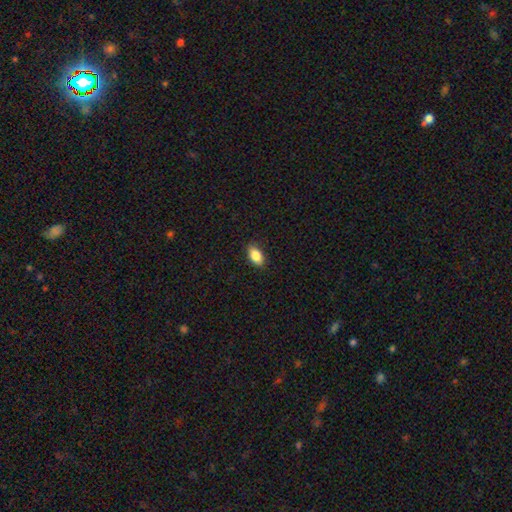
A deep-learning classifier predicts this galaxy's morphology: smooth-or-featured: smooth: 86% | star or artifact: 7% | featured or disk: 7%
  how-rounded: in between: 91% | round: 6% | cigar-shaped: 3%
  merging: none: 85% | minor disturbance: 12% | major disturbance: 2% | merger: 1%